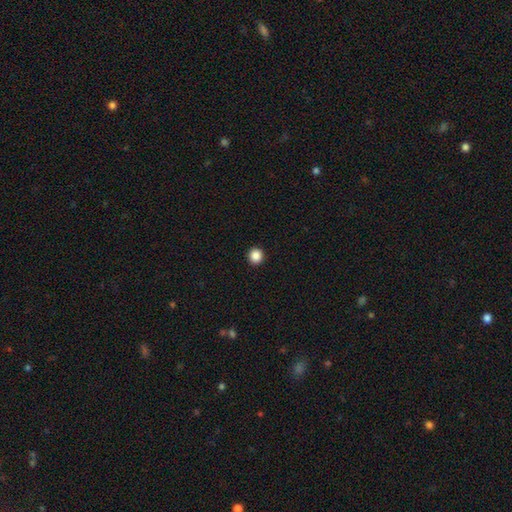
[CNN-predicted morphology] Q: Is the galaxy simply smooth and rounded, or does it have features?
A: smooth — 87%.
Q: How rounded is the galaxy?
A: round — 93%.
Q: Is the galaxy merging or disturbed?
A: none — 94%.